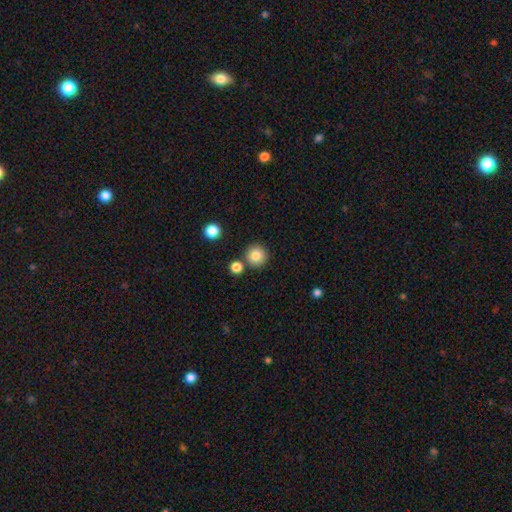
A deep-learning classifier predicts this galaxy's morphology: This is clearly a smooth galaxy (84%). How rounded: clearly round (94%). Merging: clearly none (82%).